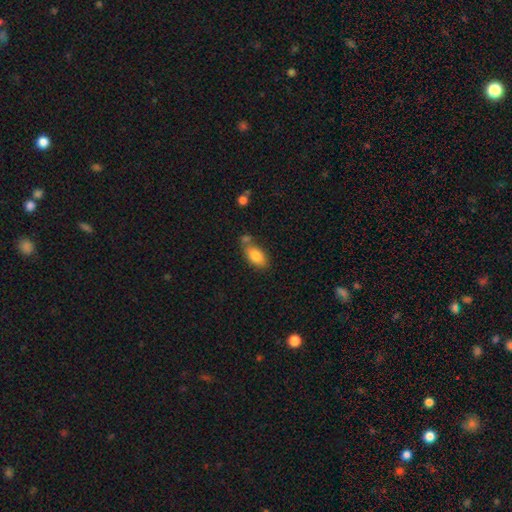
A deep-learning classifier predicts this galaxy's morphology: smooth 83%, featured or disk 10%, star or artifact 7%. Down the decision tree: how rounded — in between (90%); merging — none (54%).